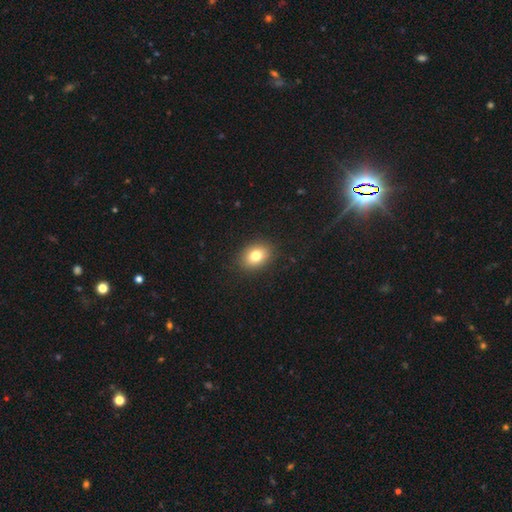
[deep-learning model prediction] This appears to be a smooth galaxy with no disk features (79%) that is in between round and cigar-shaped (65%). Merging: none (88%).